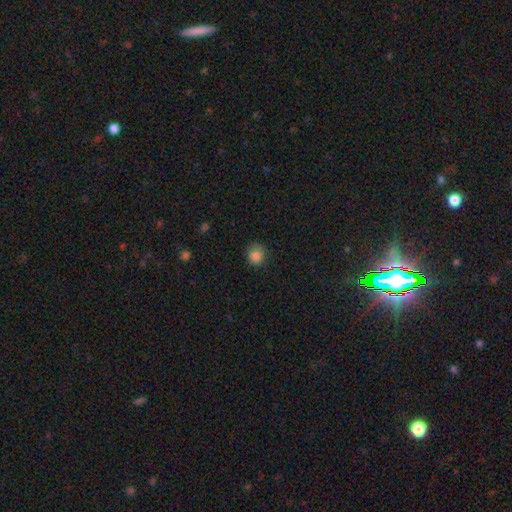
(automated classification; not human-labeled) The model was most divided on "merging": none: 72%, minor disturbance: 22%, major disturbance: 5%, merger: 1%. More confident: smooth or featured — smooth (84%); how rounded — round (79%).